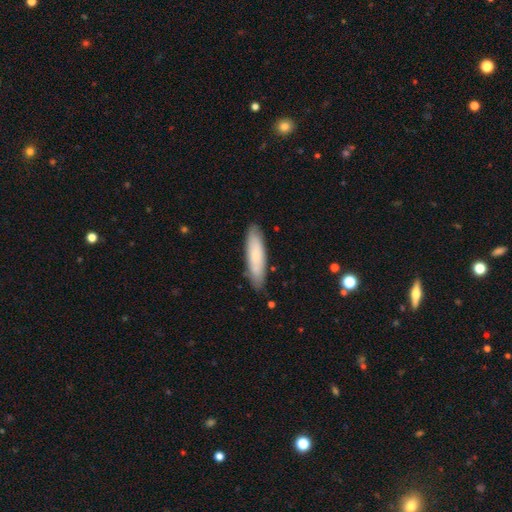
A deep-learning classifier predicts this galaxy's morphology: The model was most divided on "how rounded": cigar-shaped: 70%, in between: 29%, round: 1%. More confident: merging — none (85%); smooth or featured — smooth (76%).